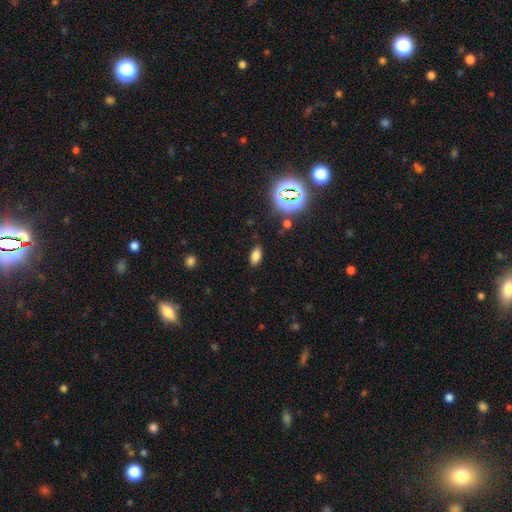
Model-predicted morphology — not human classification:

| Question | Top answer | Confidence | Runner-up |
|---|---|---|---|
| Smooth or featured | smooth | 75% | star or artifact (18%) |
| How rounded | in between | 89% | cigar-shaped (6%) |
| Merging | none | 84% | minor disturbance (11%) |